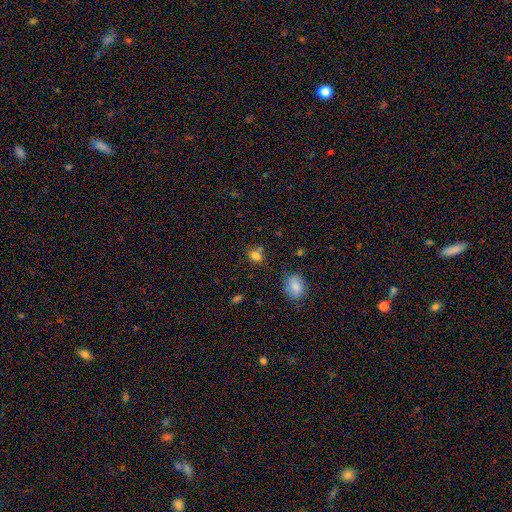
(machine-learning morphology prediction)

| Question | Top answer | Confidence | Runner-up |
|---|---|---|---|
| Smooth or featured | smooth | 78% | star or artifact (14%) |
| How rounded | round | 64% | in between (34%) |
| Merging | none | 64% | minor disturbance (18%) |